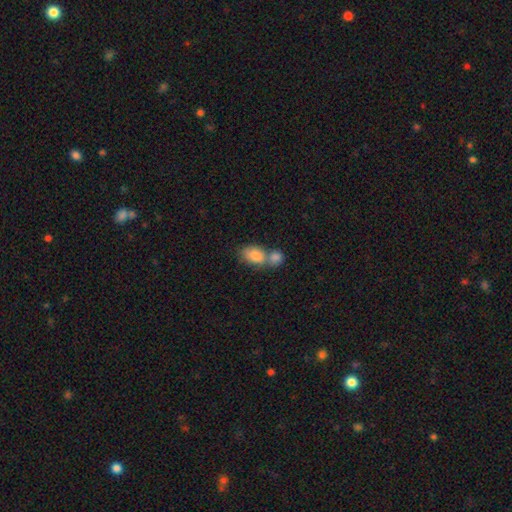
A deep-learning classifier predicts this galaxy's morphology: Smooth or featured? Predicted: smooth (p=0.84). How rounded? Predicted: in between (p=0.84). Merging? Predicted: merger (p=0.58).